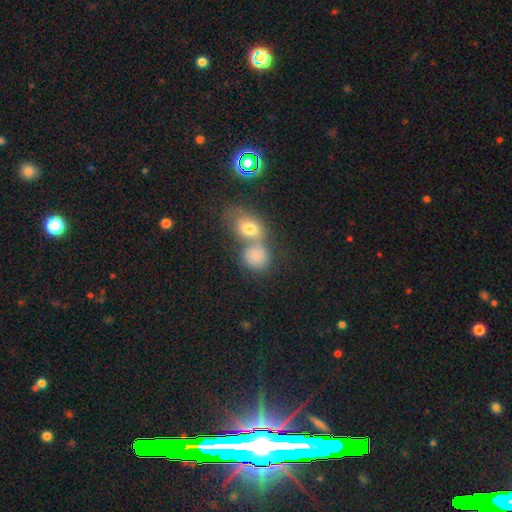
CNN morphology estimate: Smooth or featured? smooth (70%)
How rounded? round (66%)
Merging? merger (58%)